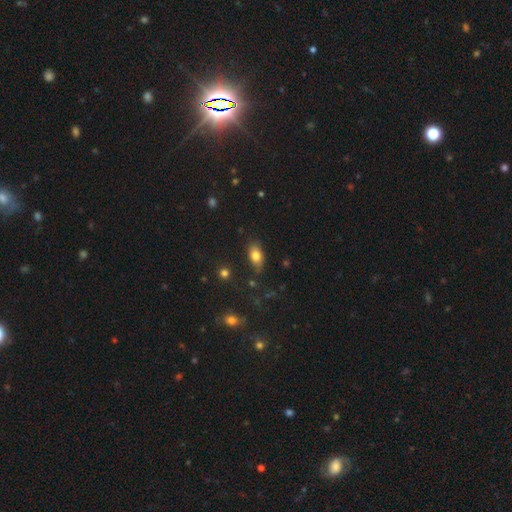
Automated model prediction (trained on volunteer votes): Smooth or featured?
  - smooth: 80% *
  - featured or disk: 12%
  - star or artifact: 9%
How rounded?
  - in between: 86% *
  - round: 8%
  - cigar-shaped: 5%
Merging?
  - none: 77% *
  - minor disturbance: 17%
  - major disturbance: 4%
  - merger: 2%